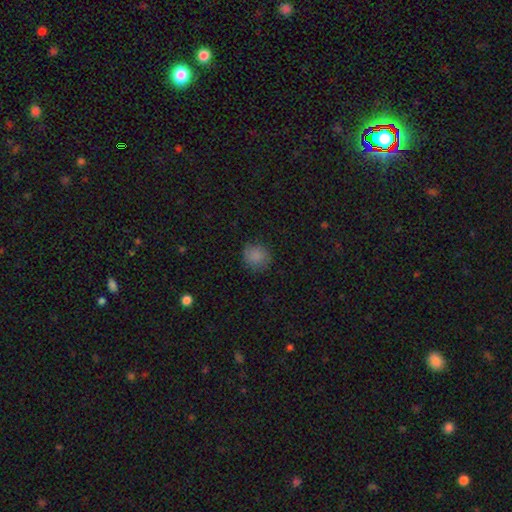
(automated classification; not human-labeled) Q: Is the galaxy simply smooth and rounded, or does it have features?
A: smooth — 84%.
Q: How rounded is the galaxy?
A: round — 84%.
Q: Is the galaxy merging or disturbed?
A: none — 81%.